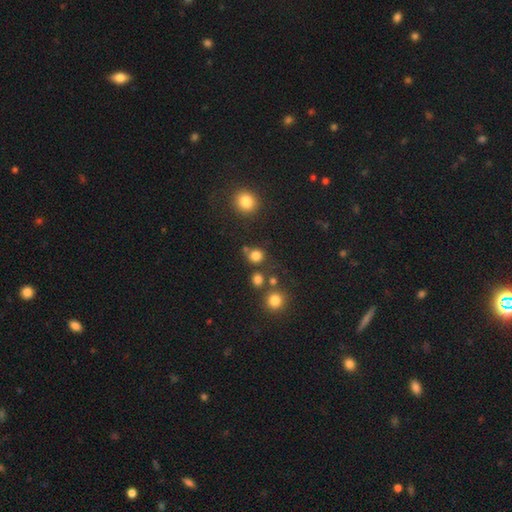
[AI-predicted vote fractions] smooth_or_featured: smooth (p=0.79) [alt: star or artifact p=0.16]
how_rounded: round (p=0.86) [alt: in between p=0.13]
merging: none (p=0.75) [alt: merger p=0.12]